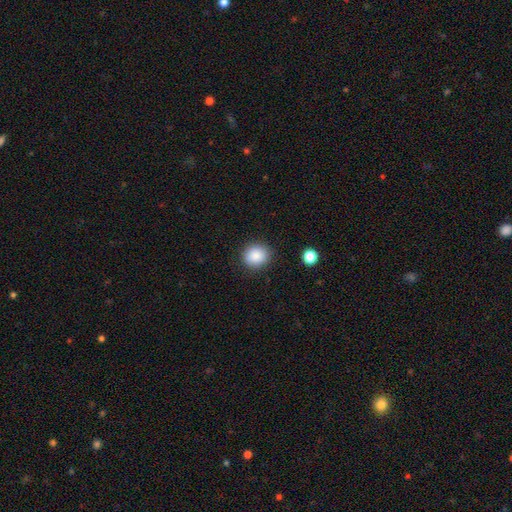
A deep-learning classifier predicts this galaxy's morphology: smooth-or-featured: smooth: 87% | star or artifact: 9% | featured or disk: 4%
  how-rounded: round: 80% | in between: 19% | cigar-shaped: 1%
  merging: none: 88% | minor disturbance: 8% | major disturbance: 3% | merger: 2%